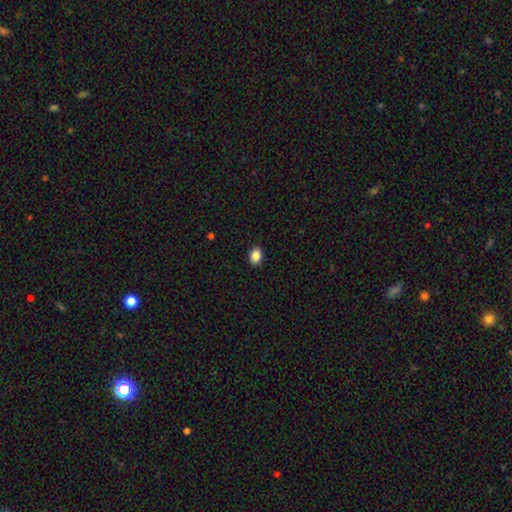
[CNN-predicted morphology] Overall: smooth (88%). How rounded: in between (70%). Merging: none (90%).